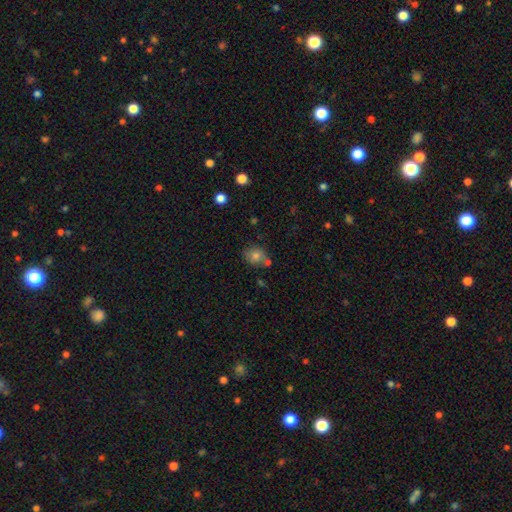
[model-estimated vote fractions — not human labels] Smooth or featured? Predicted: smooth (p=0.75). How rounded? Predicted: round (p=0.59). Merging? Predicted: none (p=0.57).